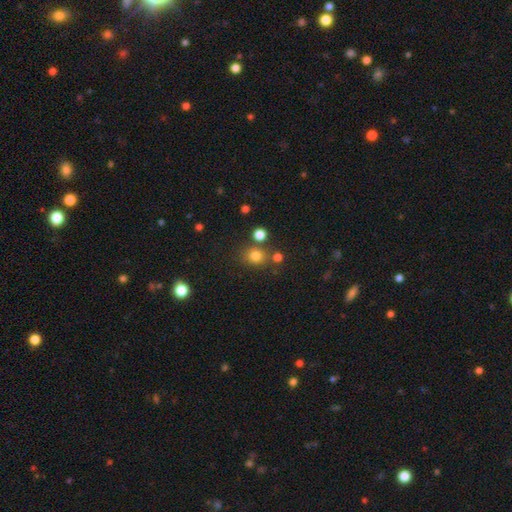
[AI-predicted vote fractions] Q: Smooth or featured?
A: smooth (77%); runner-up: star or artifact (16%)
Q: How rounded?
A: round (73%); runner-up: in between (26%)
Q: Merging?
A: none (73%); runner-up: merger (12%)